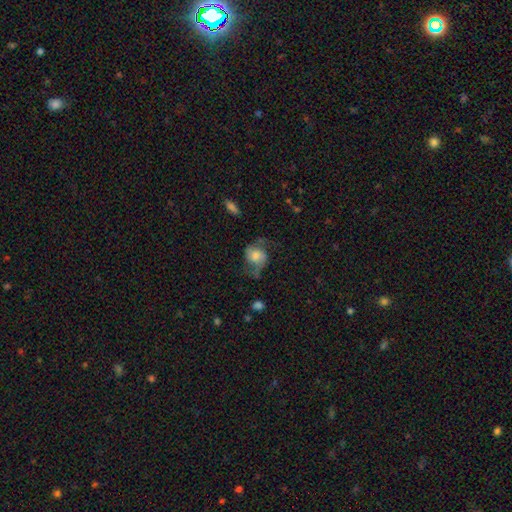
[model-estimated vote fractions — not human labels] featured or disk 60%, smooth 31%, star or artifact 9%. Down the decision tree: edge-on disk — no (97%); bar — no (65%); spiral arms — yes (90%); spiral arm count — 2 (89%); spiral winding — loose (52%); bulge size — moderate (40%); merging — none (58%).